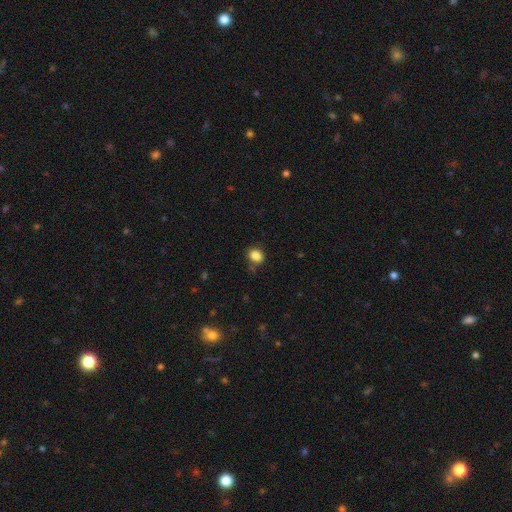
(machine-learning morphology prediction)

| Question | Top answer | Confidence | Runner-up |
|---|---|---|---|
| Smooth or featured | smooth | 85% | star or artifact (11%) |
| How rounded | round | 54% | in between (45%) |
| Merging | none | 73% | minor disturbance (19%) |